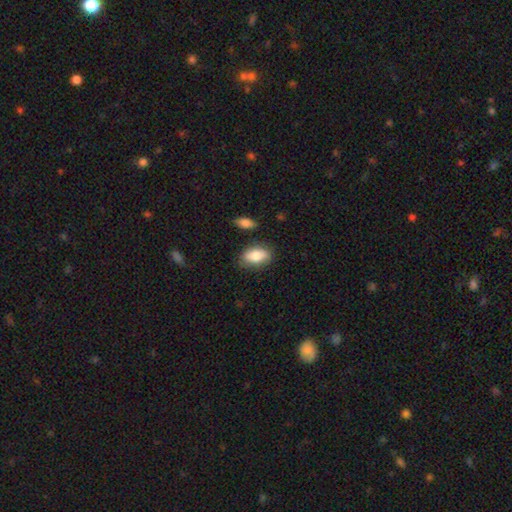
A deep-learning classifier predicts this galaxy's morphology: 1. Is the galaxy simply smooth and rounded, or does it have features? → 80% smooth, 13% featured or disk, 7% star or artifact.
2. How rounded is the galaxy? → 90% in between, 6% round, 3% cigar-shaped.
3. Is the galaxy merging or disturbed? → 77% none, 15% minor disturbance, 4% merger, 3% major disturbance.